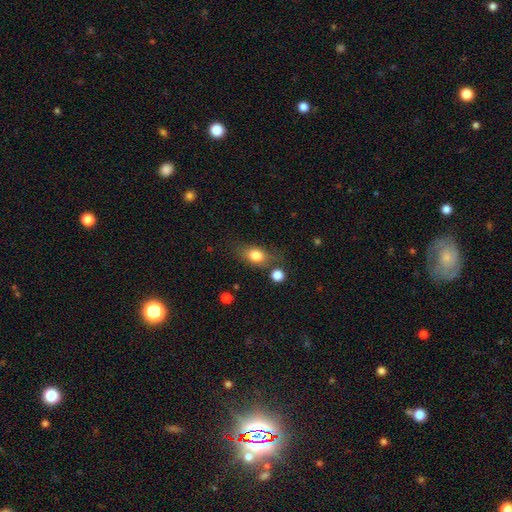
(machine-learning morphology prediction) type=smooth (79%); roundness=in between (73%); merging=none (66%).